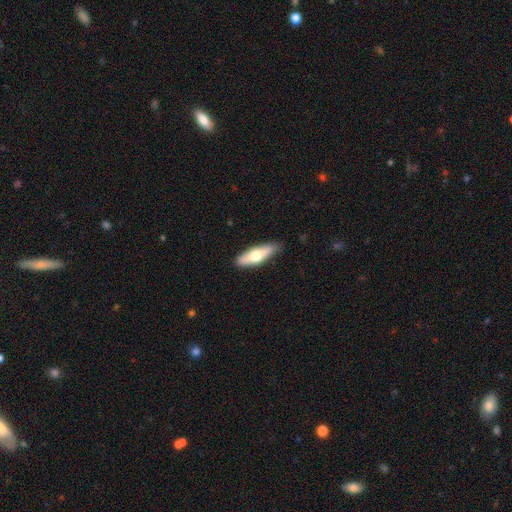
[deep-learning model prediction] This is possibly a smooth galaxy (56%). How rounded: possibly cigar-shaped (50%). Merging: clearly none (84%).